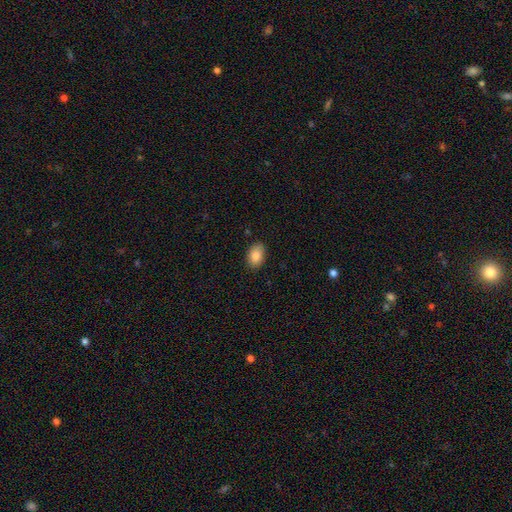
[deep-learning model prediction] Q: Smooth or featured?
A: smooth (87%); runner-up: star or artifact (7%)
Q: How rounded?
A: in between (89%); runner-up: round (10%)
Q: Merging?
A: none (86%); runner-up: minor disturbance (11%)